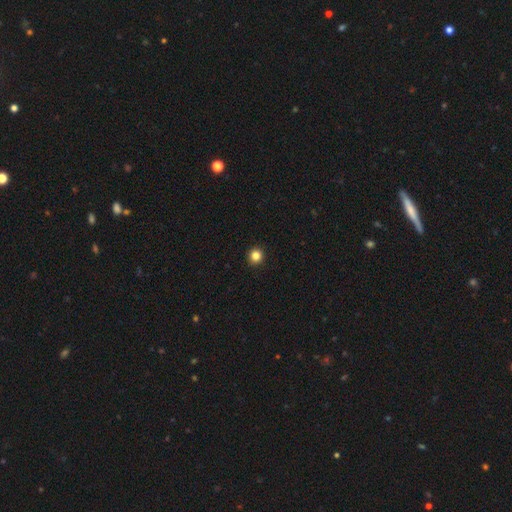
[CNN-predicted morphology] Smooth or featured? Predicted: smooth (p=0.84). How rounded? Predicted: round (p=0.94). Merging? Predicted: none (p=0.94).